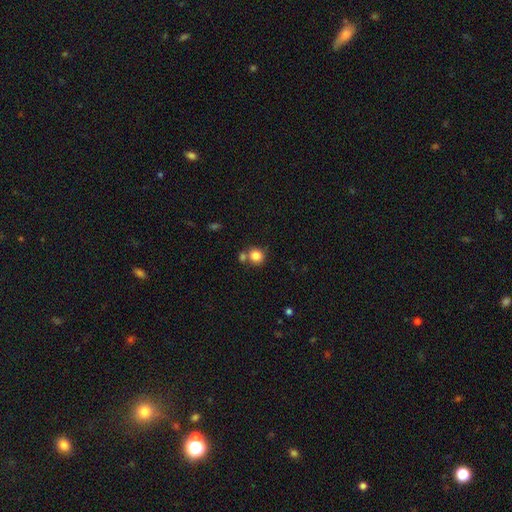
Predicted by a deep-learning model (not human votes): Overall: smooth (84%). How rounded: round (88%). Merging: none (63%; merger 24%).